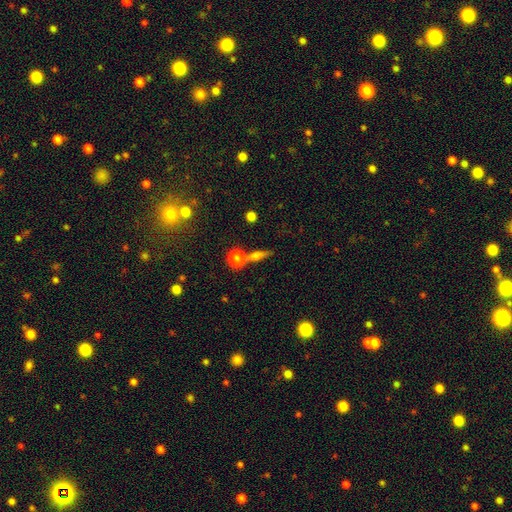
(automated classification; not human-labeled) Smooth or featured? smooth (64%)
How rounded? cigar-shaped (40%)
Merging? none (57%)